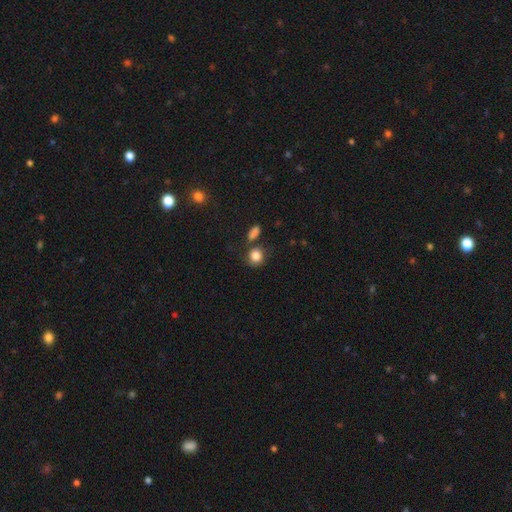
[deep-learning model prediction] This appears to be a smooth galaxy with no disk features (84%) that is round (78%). Merging: none (66%).